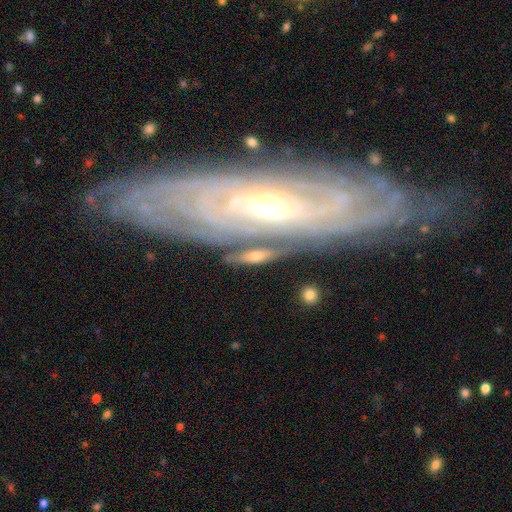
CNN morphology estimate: Smooth or featured? Predicted: featured or disk (p=0.61). Edge-on disk? Predicted: yes (p=0.51). Merging? Predicted: none (p=0.59).